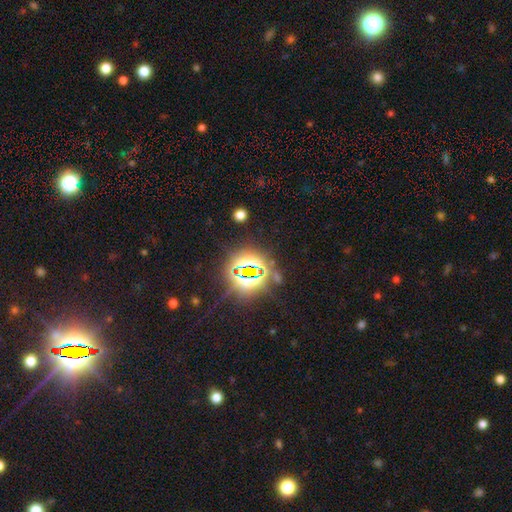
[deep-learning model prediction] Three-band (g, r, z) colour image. It shows a star or artifact, not a galaxy (83%).